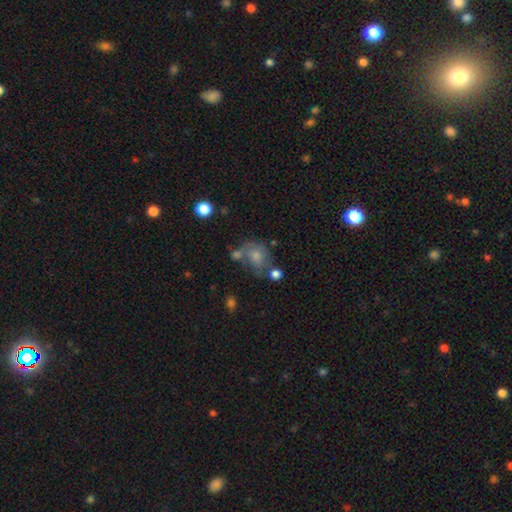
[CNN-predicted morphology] Smooth or featured? smooth (64%)
How rounded? round (53%)
Merging? none (37%)